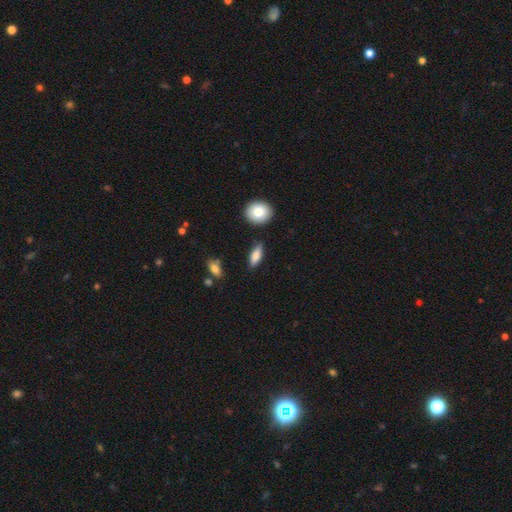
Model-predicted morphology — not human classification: Q: Smooth or featured?
A: smooth (79%); runner-up: featured or disk (15%)
Q: How rounded?
A: in between (69%); runner-up: cigar-shaped (27%)
Q: Merging?
A: none (83%); runner-up: minor disturbance (11%)